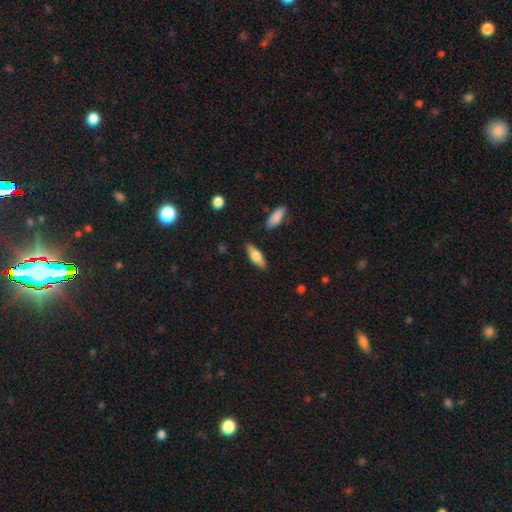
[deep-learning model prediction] smooth_or_featured: smooth (p=0.67) [alt: featured or disk p=0.27]
how_rounded: in between (p=0.63) [alt: cigar-shaped p=0.34]
merging: none (p=0.85) [alt: minor disturbance p=0.10]